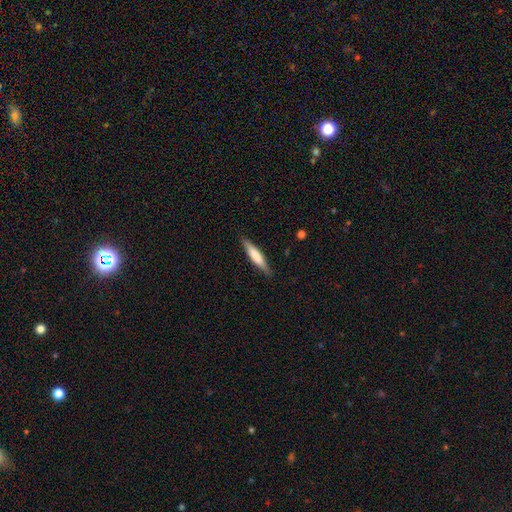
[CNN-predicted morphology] Q: Smooth or featured?
A: smooth (58%); runner-up: featured or disk (37%)
Q: How rounded?
A: cigar-shaped (88%); runner-up: in between (11%)
Q: Merging?
A: none (87%); runner-up: minor disturbance (10%)